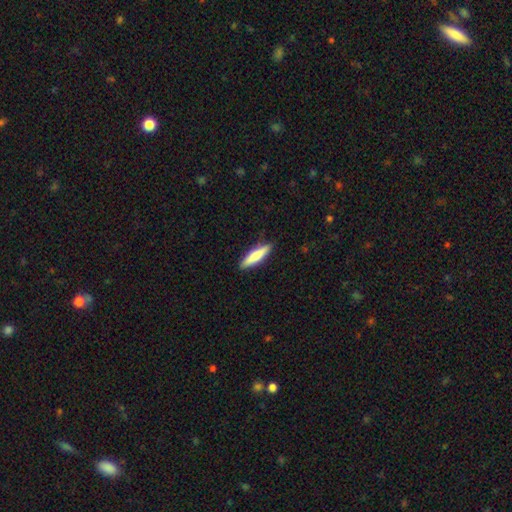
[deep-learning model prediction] A smooth galaxy with no disk features (71%) that is cigar-shaped (76%).

Vote fractions:
- Smooth or featured? smooth: 71% / featured or disk: 24% / star or artifact: 5%
- How rounded? cigar-shaped: 76% / in between: 22% / round: 2%
- Merging? none: 89% / minor disturbance: 8% / major disturbance: 2% / merger: 1%